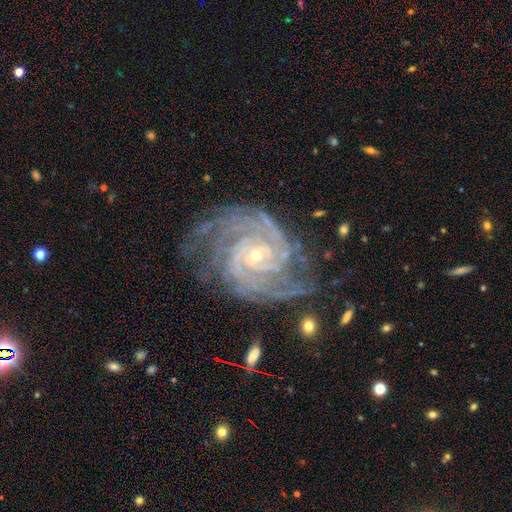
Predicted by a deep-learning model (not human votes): Smooth or featured? Predicted: featured or disk (p=0.91). Edge-on disk? Predicted: no (p=0.97). Bar? Predicted: no (p=0.61). Spiral arms? Predicted: yes (p=0.98). Spiral winding? Predicted: tight (p=0.75). Spiral arm count? Predicted: 4 (p=0.22). Bulge size? Predicted: small (p=0.76). Merging? Predicted: none (p=0.69).